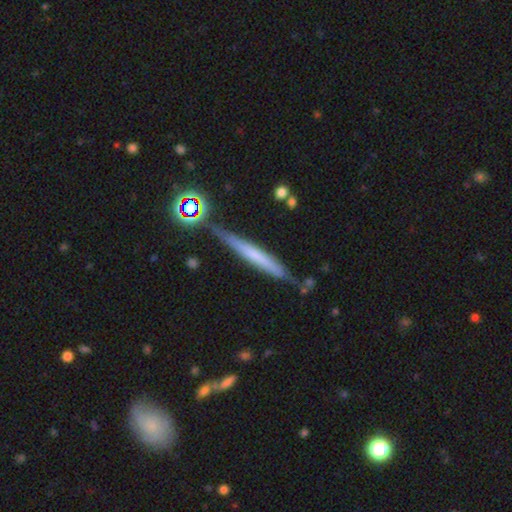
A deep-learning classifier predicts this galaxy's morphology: smooth_or_featured: smooth (p=0.51) [alt: featured or disk p=0.39]
how_rounded: cigar-shaped (p=0.95) [alt: in between p=0.04]
merging: none (p=0.78) [alt: minor disturbance p=0.14]